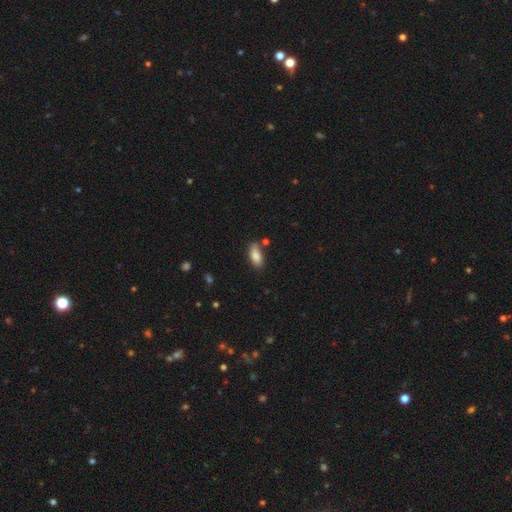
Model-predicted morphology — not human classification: type=smooth (84%); roundness=in between (86%); merging=none (71%).